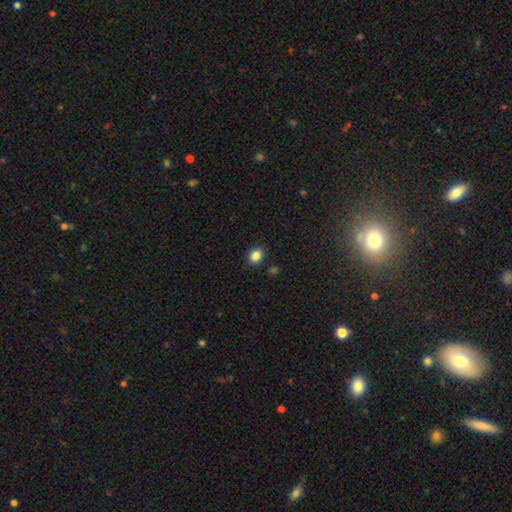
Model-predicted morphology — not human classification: Smooth or featured? Predicted: smooth (p=0.85). How rounded? Predicted: in between (p=0.50). Merging? Predicted: none (p=0.88).